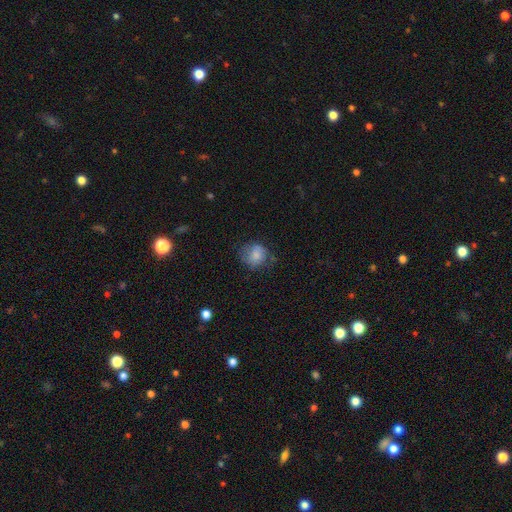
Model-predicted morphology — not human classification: Overall: smooth (75%). How rounded: round (72%). Merging: none (63%; minor disturbance 25%).